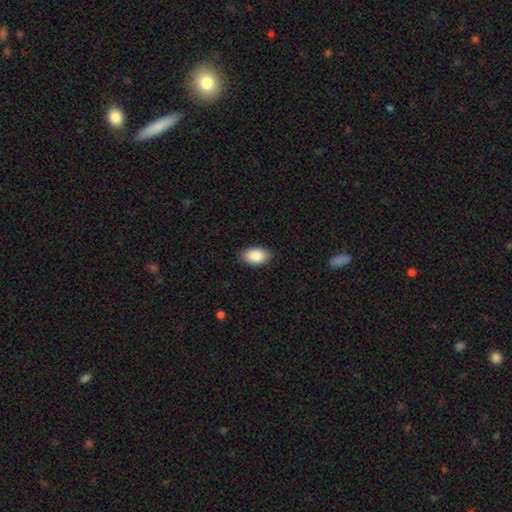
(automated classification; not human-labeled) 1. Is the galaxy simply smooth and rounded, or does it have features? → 88% smooth, 7% star or artifact, 6% featured or disk.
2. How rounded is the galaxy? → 92% in between, 6% round, 1% cigar-shaped.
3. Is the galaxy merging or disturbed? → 88% none, 9% minor disturbance, 2% major disturbance, 1% merger.